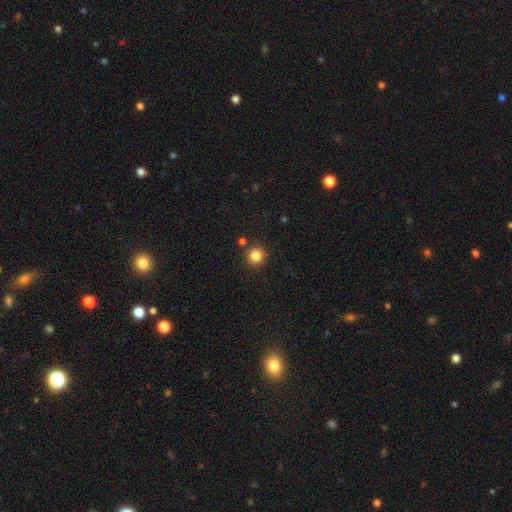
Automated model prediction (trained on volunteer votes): Smooth or featured: smooth — 84% (star or artifact — 12%)
How rounded: round — 95% (in between — 4%)
Merging: none — 85% (minor disturbance — 7%)